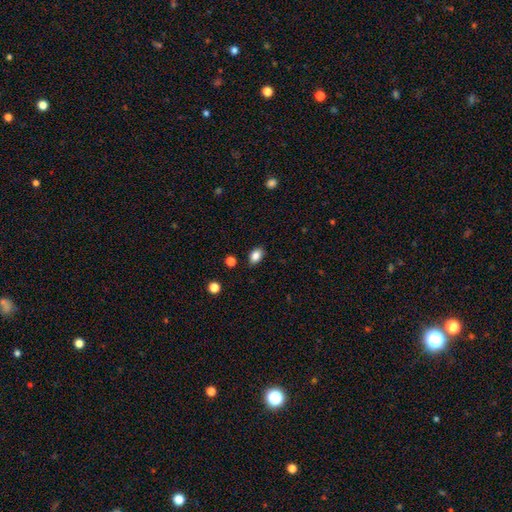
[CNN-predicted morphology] Smooth or featured?
  - smooth: 84% *
  - star or artifact: 9%
  - featured or disk: 6%
How rounded?
  - in between: 86% *
  - round: 12%
  - cigar-shaped: 2%
Merging?
  - none: 86% *
  - minor disturbance: 10%
  - major disturbance: 2%
  - merger: 2%